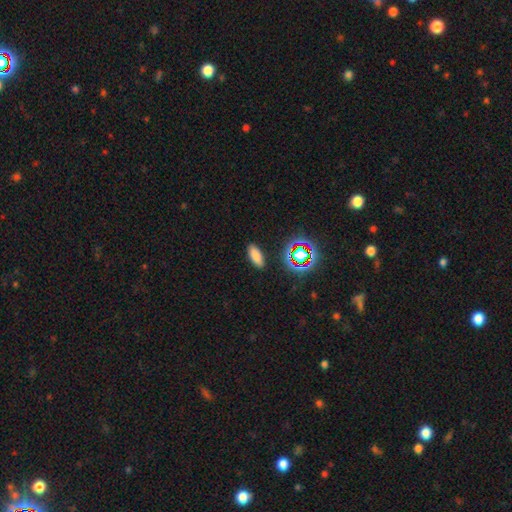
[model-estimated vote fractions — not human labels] smooth-or-featured: smooth: 79% | star or artifact: 15% | featured or disk: 7%
  how-rounded: in between: 78% | cigar-shaped: 18% | round: 4%
  merging: none: 89% | minor disturbance: 8% | major disturbance: 2% | merger: 2%